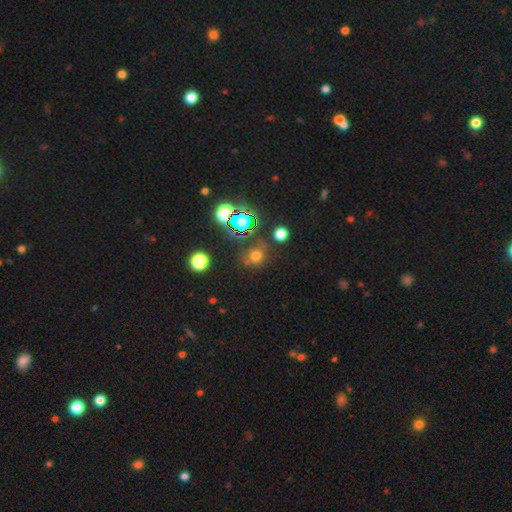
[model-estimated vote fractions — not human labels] smooth_or_featured: smooth (p=0.57) [alt: star or artifact p=0.32]
how_rounded: round (p=0.77) [alt: in between p=0.22]
merging: none (p=0.64) [alt: minor disturbance p=0.17]